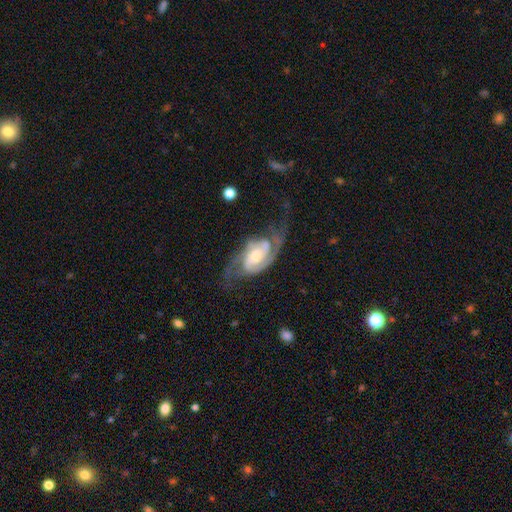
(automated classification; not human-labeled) smooth_or_featured: featured or disk (p=0.90) [alt: smooth p=0.05]
disk_edge_on: no (p=0.96) [alt: yes p=0.04]
bar: weak (p=0.43) [alt: no p=0.41]
has_spiral_arms: yes (p=0.98) [alt: no p=0.02]
spiral_winding: medium (p=0.48) [alt: tight p=0.39]
spiral_arm_count: 2 (p=0.85) [alt: 3 p=0.05]
bulge_size: moderate (p=0.51) [alt: small p=0.34]
merging: none (p=0.63) [alt: minor disturbance p=0.19]